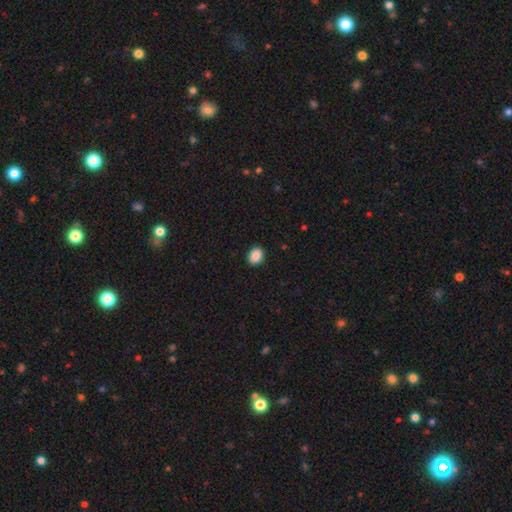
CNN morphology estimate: This appears to be a smooth galaxy with no disk features (89%) that is in between round and cigar-shaped (56%). Merging: none (91%).